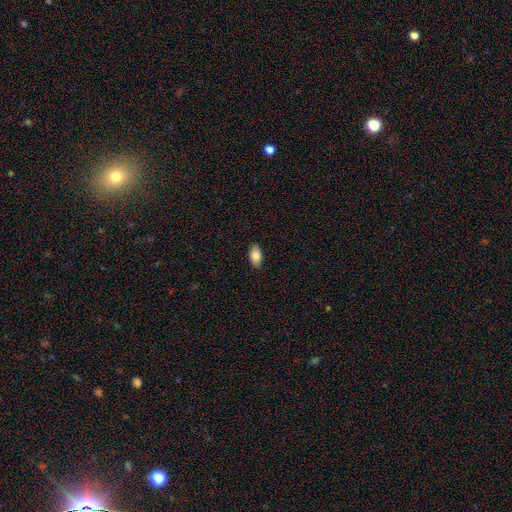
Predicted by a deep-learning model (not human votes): Morphology: type=smooth (86%); roundness=in between (93%); merging=none (88%).